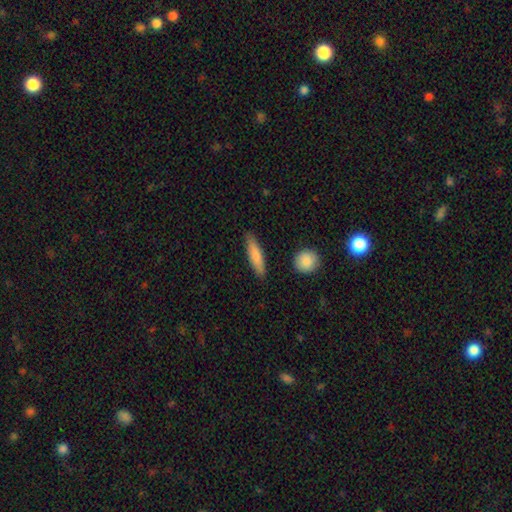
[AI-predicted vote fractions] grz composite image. It shows a smooth galaxy with no disk features (80%) that is cigar-shaped (74%). Merging: none (86%).